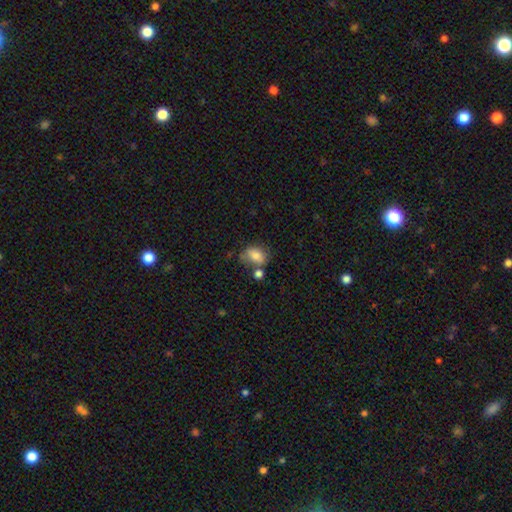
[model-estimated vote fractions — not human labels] A smooth galaxy with no disk features (78%) that is in between round and cigar-shaped (71%).

Vote fractions:
- Smooth or featured? smooth: 78% / featured or disk: 13% / star or artifact: 9%
- How rounded? in between: 71% / round: 27% / cigar-shaped: 1%
- Merging? none: 45% / merger: 25% / minor disturbance: 21% / major disturbance: 9%